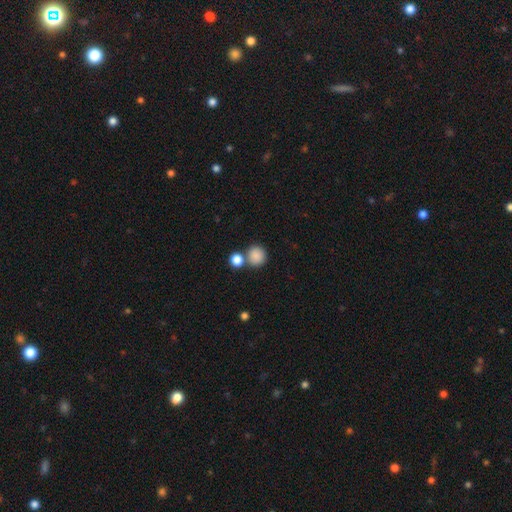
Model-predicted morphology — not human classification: Q: Smooth or featured?
A: smooth (86%); runner-up: star or artifact (9%)
Q: How rounded?
A: round (89%); runner-up: in between (10%)
Q: Merging?
A: none (64%); runner-up: merger (24%)